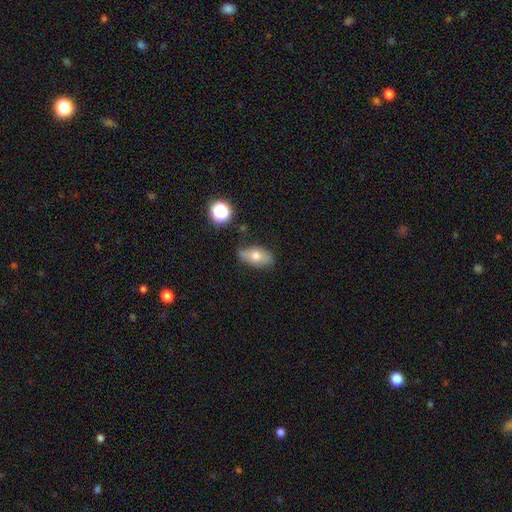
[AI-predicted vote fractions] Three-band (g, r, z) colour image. It shows a smooth galaxy with no disk features (62%) that is in between round and cigar-shaped (85%). Merging: none (72%).